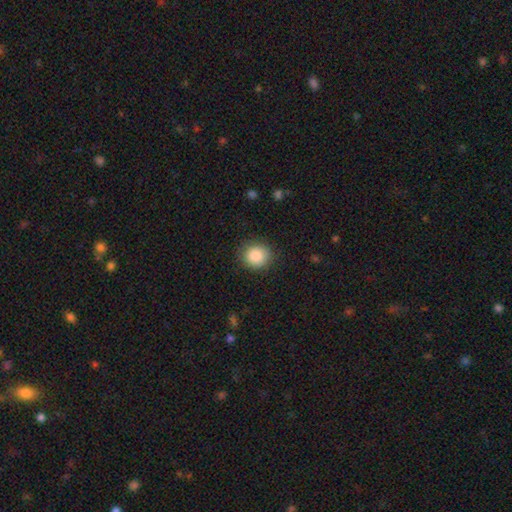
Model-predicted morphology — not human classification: Q: Smooth or featured?
A: smooth (87%); runner-up: star or artifact (8%)
Q: How rounded?
A: round (84%); runner-up: in between (15%)
Q: Merging?
A: none (87%); runner-up: minor disturbance (9%)